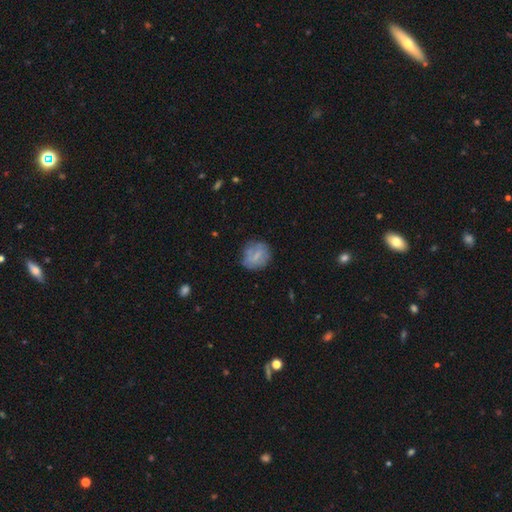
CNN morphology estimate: Q: Smooth or featured?
A: smooth (59%); runner-up: featured or disk (32%)
Q: How rounded?
A: round (75%); runner-up: in between (24%)
Q: Merging?
A: none (68%); runner-up: minor disturbance (21%)